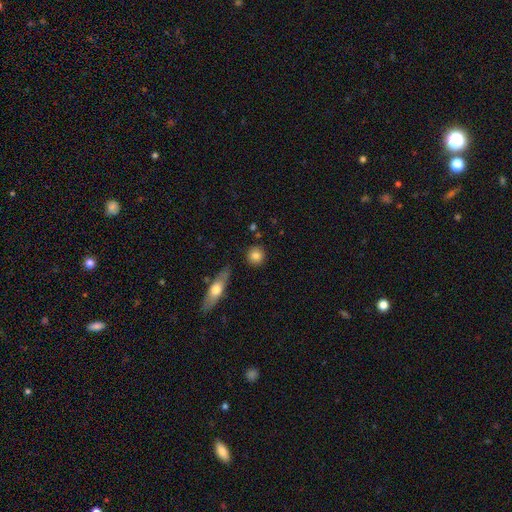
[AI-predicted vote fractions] Smooth or featured: smooth — 82% (featured or disk — 10%)
How rounded: round — 90% (in between — 8%)
Merging: none — 86% (minor disturbance — 8%)